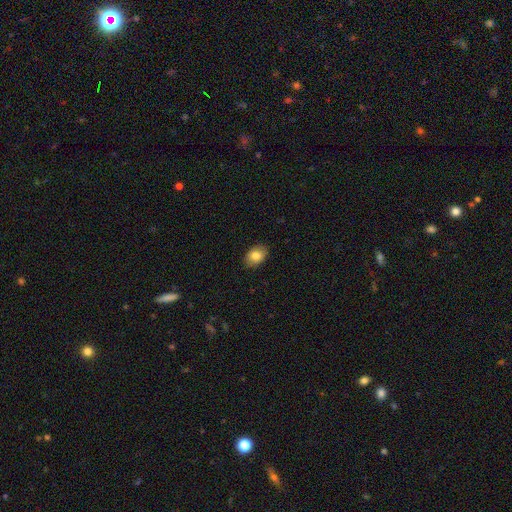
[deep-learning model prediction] This is clearly a smooth galaxy (83%). How rounded: clearly in between (81%). Merging: clearly none (87%).